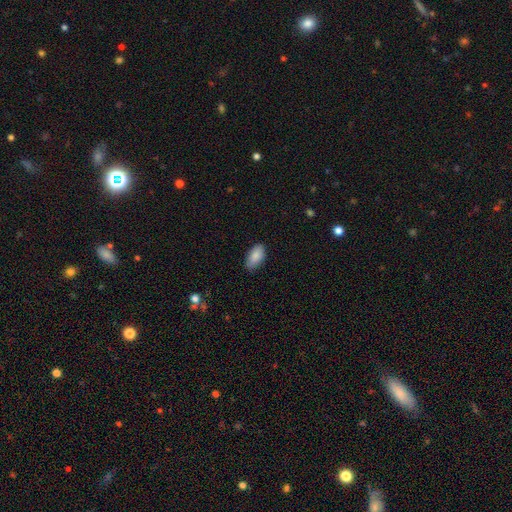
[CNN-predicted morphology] This appears to be a smooth galaxy with no disk features (87%) that is in between round and cigar-shaped (93%). Merging: none (79%).